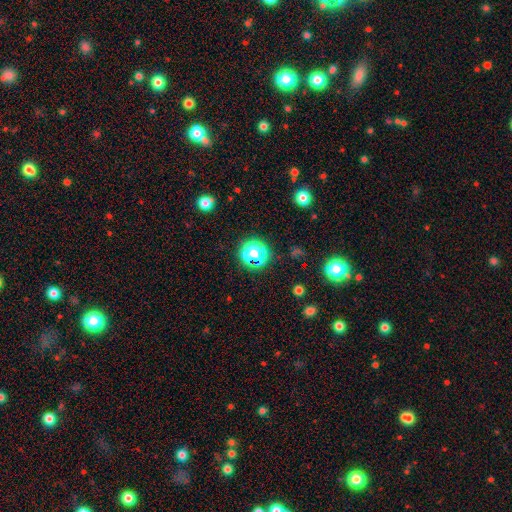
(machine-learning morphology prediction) type=star or artifact (51%).